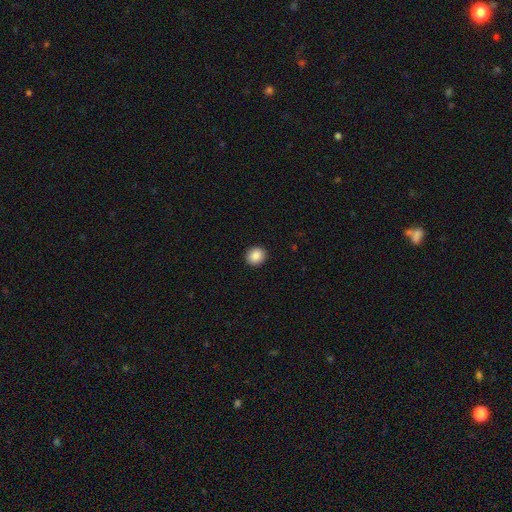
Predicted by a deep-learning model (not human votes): Smooth or featured? Predicted: smooth (p=0.88). How rounded? Predicted: round (p=0.82). Merging? Predicted: none (p=0.92).